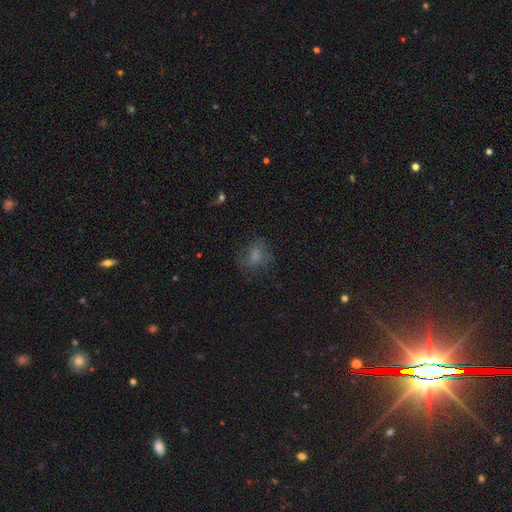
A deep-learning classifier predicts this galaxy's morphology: This appears to be a smooth galaxy with no disk features (65%) that is round (49%, tied with in between). Merging: none (59%).